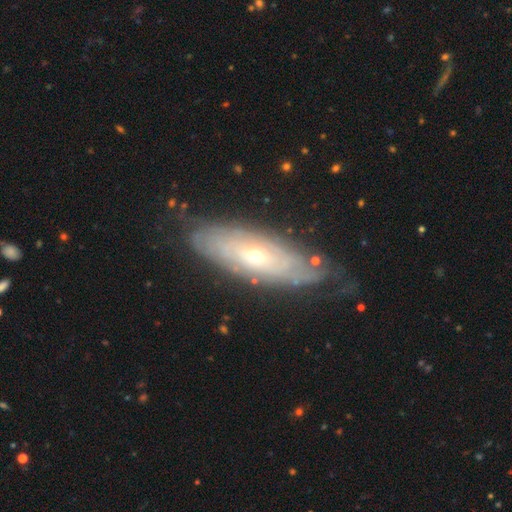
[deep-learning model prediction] A featured or disk galaxy (75%) with no bar (79%), spiral arms (75%) and a small central bulge (60%).

Vote fractions:
- Smooth or featured? featured or disk: 75% / smooth: 19% / star or artifact: 7%
- Edge-on disk? no: 79% / yes: 21%
- Bar? no: 79% / weak: 16% / strong: 5%
- Spiral arms? yes: 75% / no: 25%
- Bulge size? small: 60% / moderate: 37% / large: 1% / dominant: 1% / none: 1%
- Merging? none: 73% / minor disturbance: 20% / major disturbance: 6% / merger: 2%